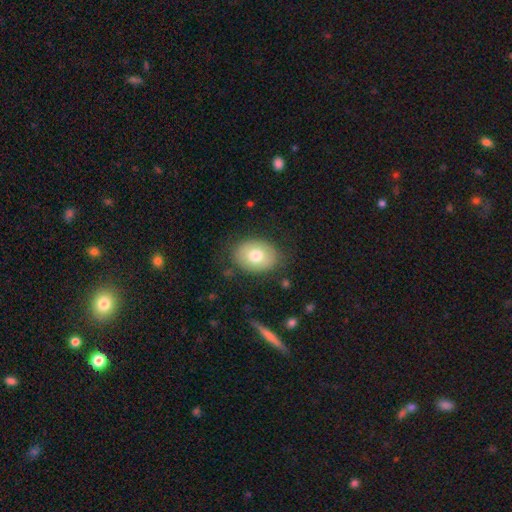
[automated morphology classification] smooth-or-featured: smooth: 73% | featured or disk: 19% | star or artifact: 8%
  how-rounded: in between: 67% | round: 32% | cigar-shaped: 1%
  merging: none: 82% | minor disturbance: 13% | major disturbance: 4% | merger: 1%